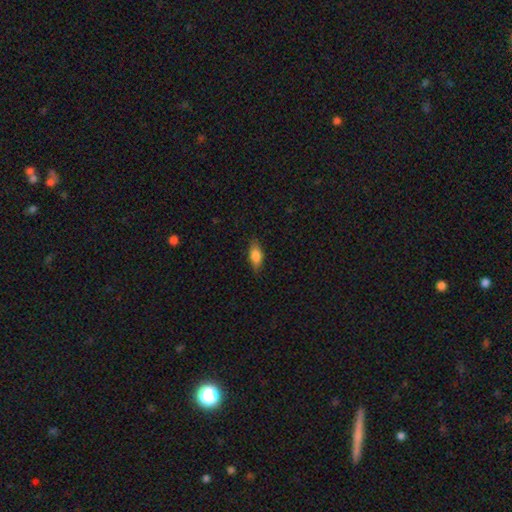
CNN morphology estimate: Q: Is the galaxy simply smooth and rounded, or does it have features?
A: smooth — 77%.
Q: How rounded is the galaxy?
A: in between — 80%.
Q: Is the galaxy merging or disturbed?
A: none — 81%.